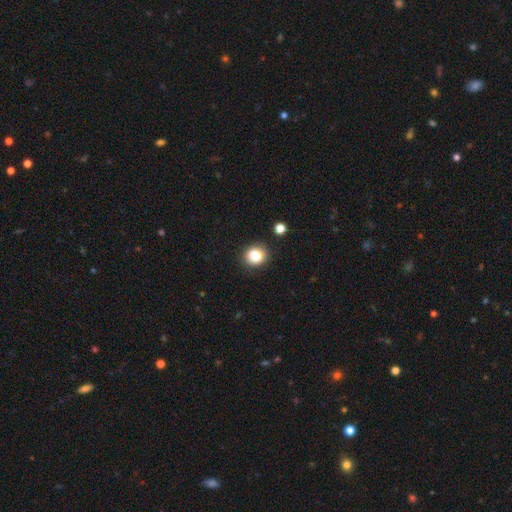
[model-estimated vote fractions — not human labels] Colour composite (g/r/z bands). It shows a smooth galaxy with no disk features (84%) that is round (82%). Merging: none (85%).